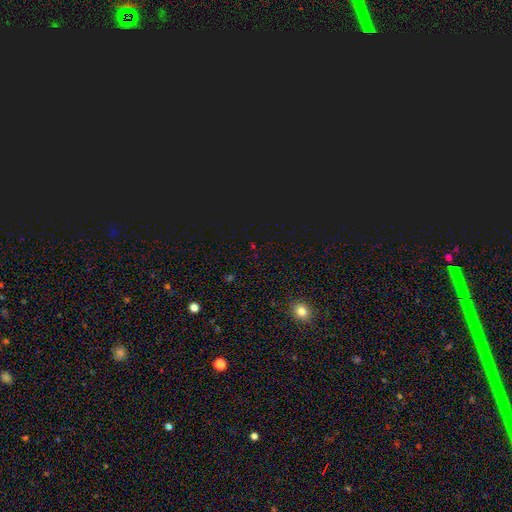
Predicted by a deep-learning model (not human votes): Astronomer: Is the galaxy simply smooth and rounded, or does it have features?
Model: star or artifact — 66%.